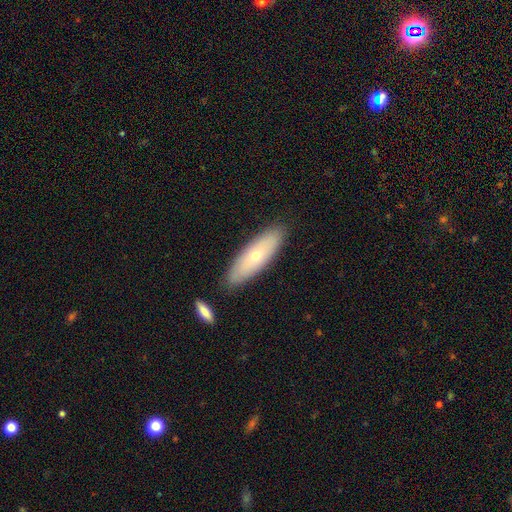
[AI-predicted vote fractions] smooth-or-featured: smooth: 58% | featured or disk: 36% | star or artifact: 6%
  how-rounded: in between: 50% | cigar-shaped: 48% | round: 2%
  merging: none: 85% | minor disturbance: 10% | merger: 3% | major disturbance: 2%